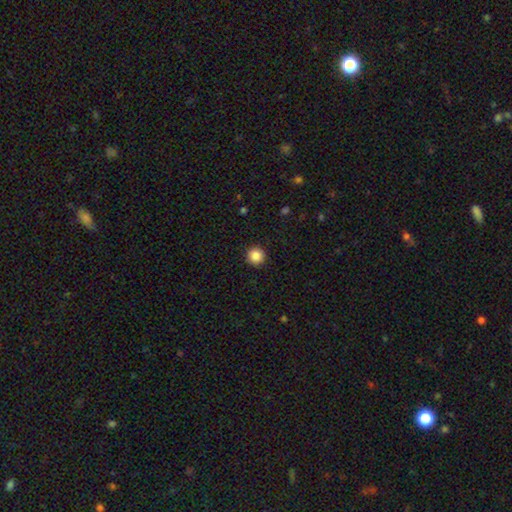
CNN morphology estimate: Smooth or featured?
  - smooth: 87% *
  - star or artifact: 10%
  - featured or disk: 3%
How rounded?
  - round: 96% *
  - in between: 3%
  - cigar-shaped: 1%
Merging?
  - none: 93% *
  - minor disturbance: 5%
  - major disturbance: 2%
  - merger: 1%